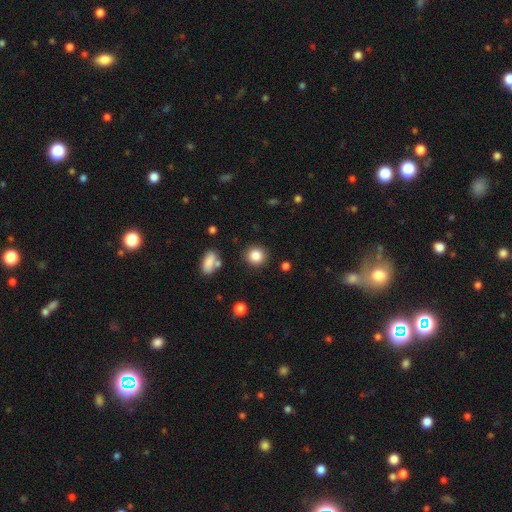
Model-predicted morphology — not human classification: Overall: smooth (86%). How rounded: round (88%). Merging: none (85%).